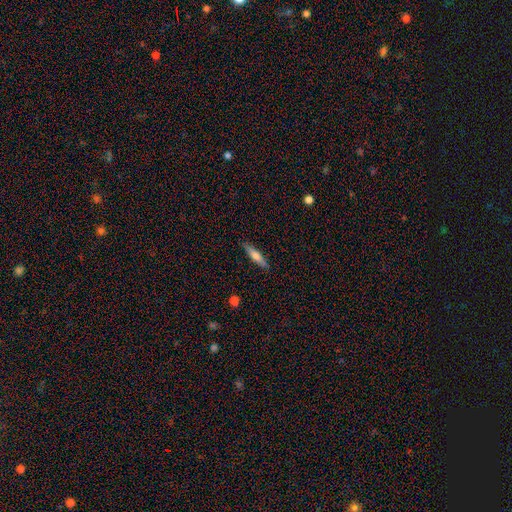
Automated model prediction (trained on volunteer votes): A smooth galaxy with no disk features (55%) that is cigar-shaped (85%).

Vote fractions:
- Smooth or featured? smooth: 55% / featured or disk: 39% / star or artifact: 6%
- How rounded? cigar-shaped: 85% / in between: 13% / round: 2%
- Merging? none: 89% / minor disturbance: 8% / major disturbance: 2% / merger: 1%